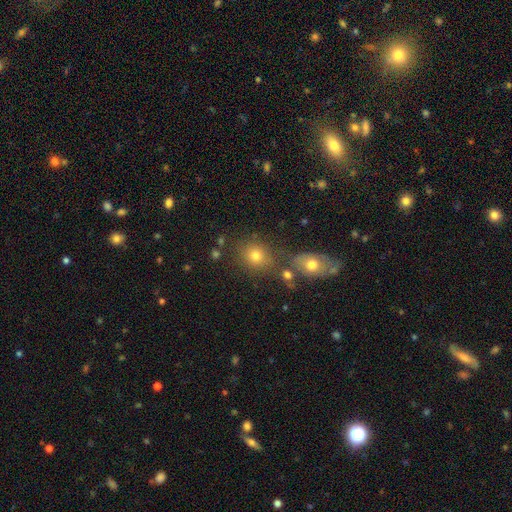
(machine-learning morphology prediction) Q: Smooth or featured?
A: smooth (73%); runner-up: star or artifact (15%)
Q: How rounded?
A: round (68%); runner-up: in between (31%)
Q: Merging?
A: none (67%); runner-up: merger (17%)